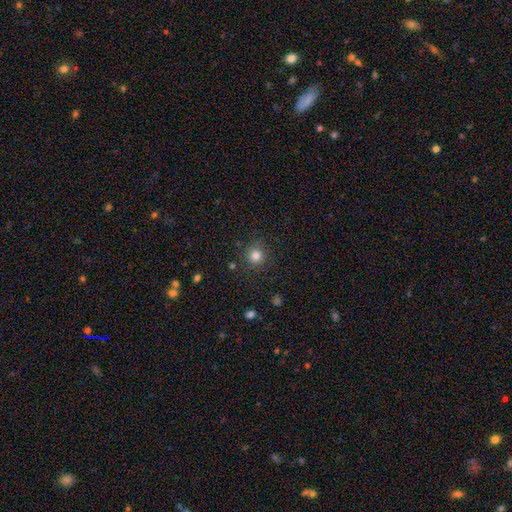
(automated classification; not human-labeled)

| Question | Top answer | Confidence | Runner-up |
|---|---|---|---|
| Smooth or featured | smooth | 82% | star or artifact (12%) |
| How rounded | round | 92% | in between (7%) |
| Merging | none | 83% | minor disturbance (10%) |